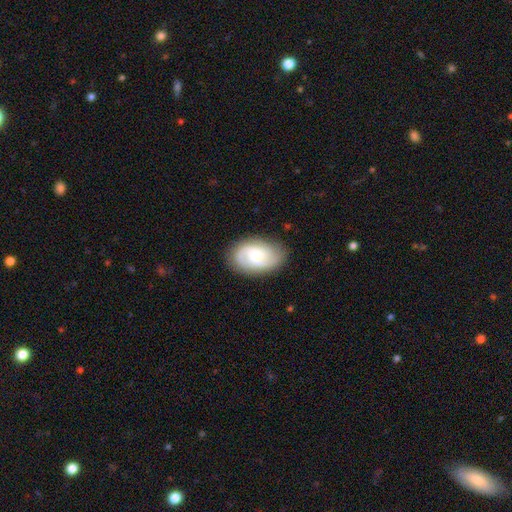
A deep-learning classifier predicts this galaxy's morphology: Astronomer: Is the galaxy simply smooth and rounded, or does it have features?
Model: featured or disk — 72%.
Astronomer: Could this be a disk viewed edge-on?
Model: no — 97%.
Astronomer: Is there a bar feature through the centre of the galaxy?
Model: no — 60% (runner-up: weak, 35%).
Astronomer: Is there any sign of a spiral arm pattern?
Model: yes — 95%.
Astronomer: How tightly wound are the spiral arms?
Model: medium — 45% (runner-up: tight, 38%).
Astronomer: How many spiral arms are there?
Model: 2 — 60%.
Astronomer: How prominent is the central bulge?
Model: small — 46% (runner-up: moderate, 44%).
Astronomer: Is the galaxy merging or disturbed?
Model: none — 81%.